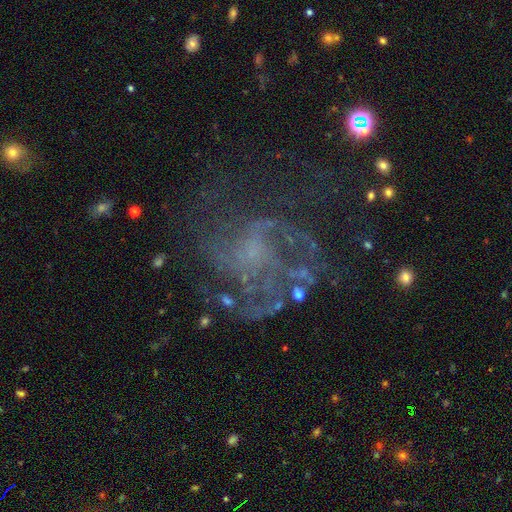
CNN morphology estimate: A featured or disk galaxy (73%) with no bar (69%), medium (44%) spiral arms (83%) and a small central bulge (47%). Merging: none (57%).